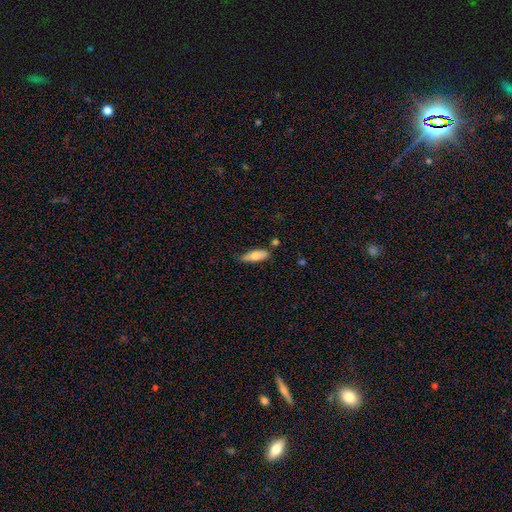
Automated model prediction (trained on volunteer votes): Smooth or featured? smooth (72%)
How rounded? in between (60%)
Merging? none (70%)